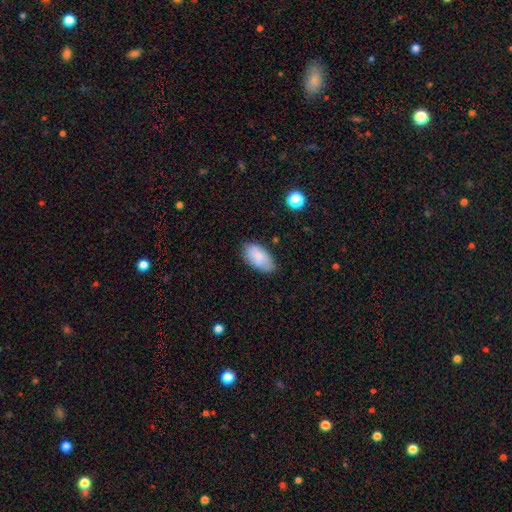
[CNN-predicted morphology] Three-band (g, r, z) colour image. It shows a smooth galaxy with no disk features (78%) that is in between round and cigar-shaped (94%). Merging: none (77%).